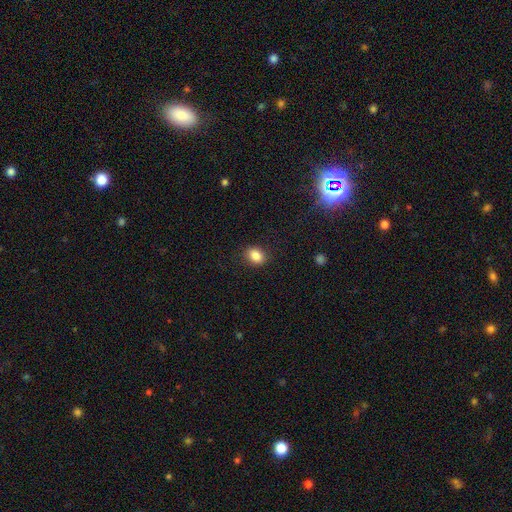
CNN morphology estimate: smooth_or_featured: smooth (p=0.85) [alt: star or artifact p=0.09]
how_rounded: in between (p=0.68) [alt: round p=0.31]
merging: none (p=0.87) [alt: minor disturbance p=0.09]